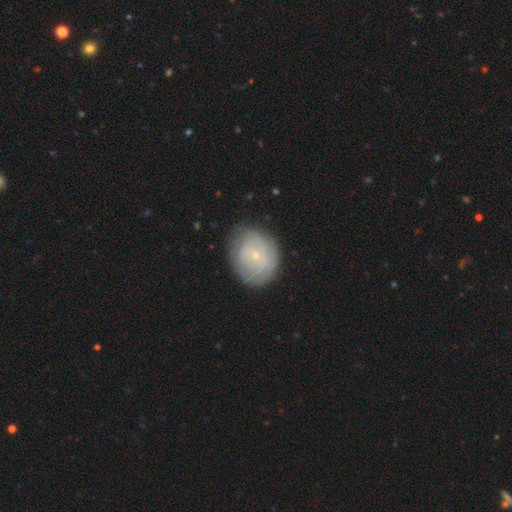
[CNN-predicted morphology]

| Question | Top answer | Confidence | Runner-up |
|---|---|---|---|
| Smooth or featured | featured or disk | 54% | smooth (39%) |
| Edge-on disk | no | 97% | yes (3%) |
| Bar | no | 75% | weak (21%) |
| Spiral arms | yes | 69% | no (31%) |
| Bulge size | small | 83% | moderate (13%) |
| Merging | none | 76% | minor disturbance (17%) |